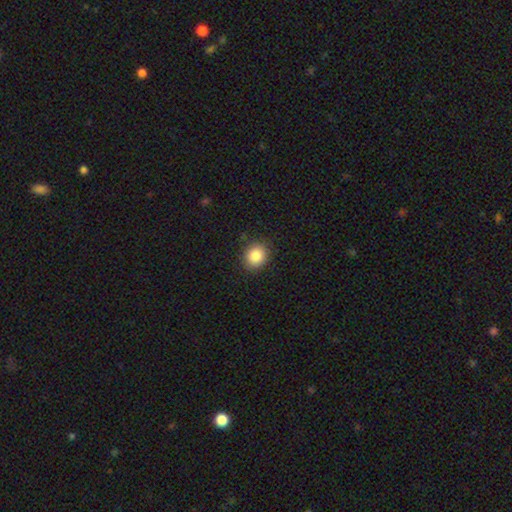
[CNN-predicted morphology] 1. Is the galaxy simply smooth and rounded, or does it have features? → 86% smooth, 9% star or artifact, 5% featured or disk.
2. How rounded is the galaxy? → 76% round, 23% in between, 1% cigar-shaped.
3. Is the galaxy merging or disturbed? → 89% none, 8% minor disturbance, 2% major disturbance, 1% merger.